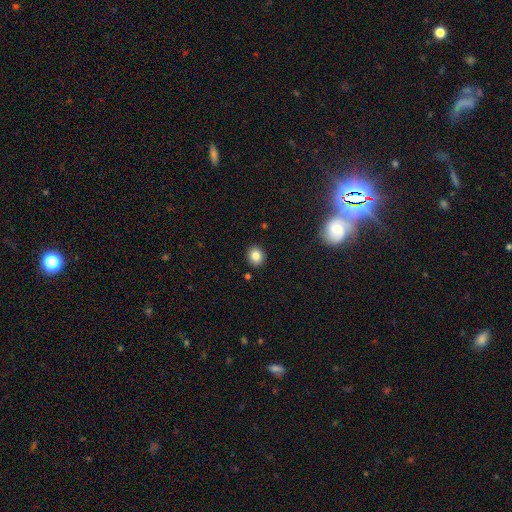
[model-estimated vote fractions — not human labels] smooth_or_featured: smooth (p=0.83) [alt: star or artifact p=0.11]
how_rounded: round (p=0.83) [alt: in between p=0.16]
merging: none (p=0.91) [alt: minor disturbance p=0.06]